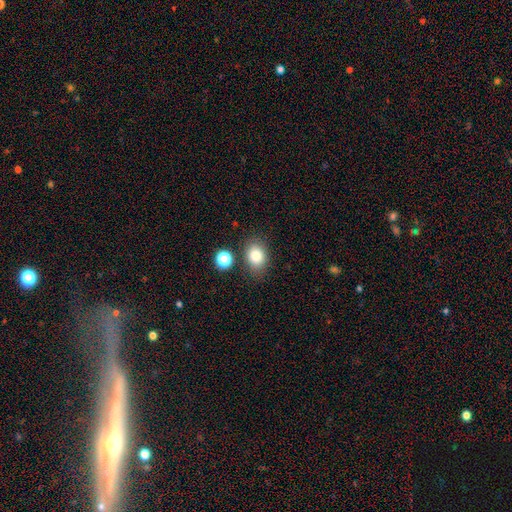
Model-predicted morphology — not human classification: This is clearly a smooth galaxy (84%). How rounded: likely in between (66%). Merging: likely none (78%).